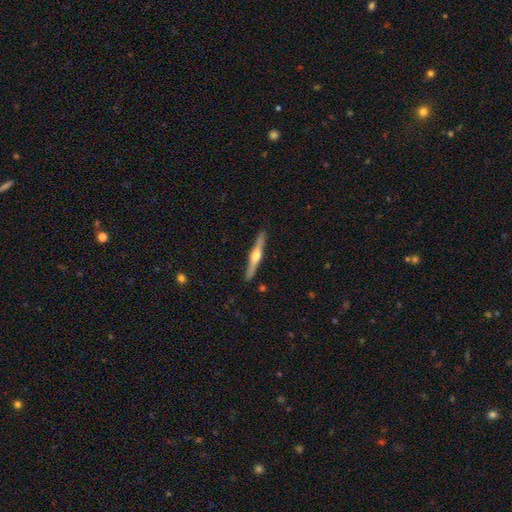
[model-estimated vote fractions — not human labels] Overall: featured or disk (68%). Edge-on disk: yes (98%). Edge-on bulge: rounded (93%). Merging: none (90%).